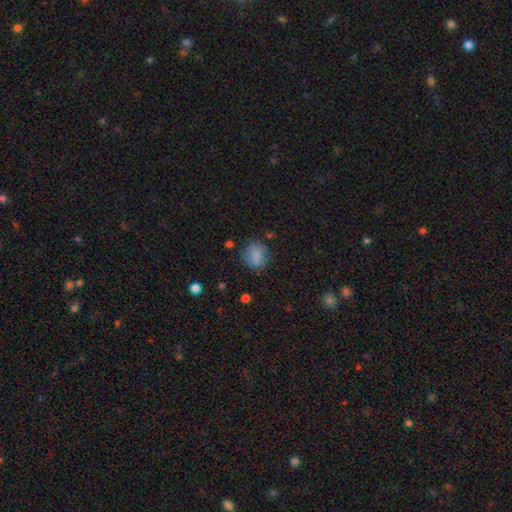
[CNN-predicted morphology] smooth_or_featured: smooth (p=0.81) [alt: star or artifact p=0.11]
how_rounded: round (p=0.57) [alt: in between p=0.41]
merging: none (p=0.70) [alt: minor disturbance p=0.20]